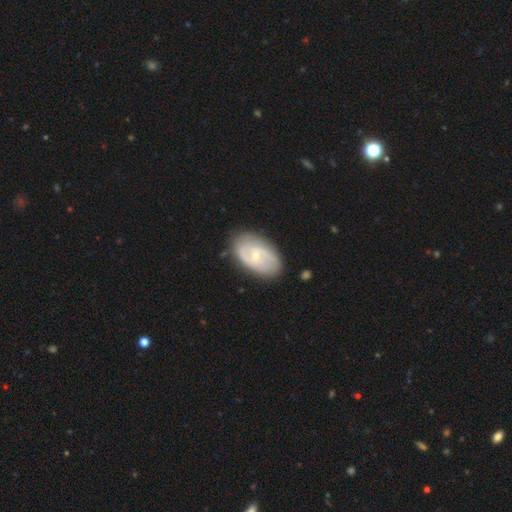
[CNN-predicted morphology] Smooth or featured? featured or disk (73%)
Edge-on disk? no (95%)
Bar? no (57%)
Spiral arms? yes (81%)
Spiral winding? tight (42%)
Spiral arm count? 2 (62%)
Bulge size? small (64%)
Merging? none (79%)